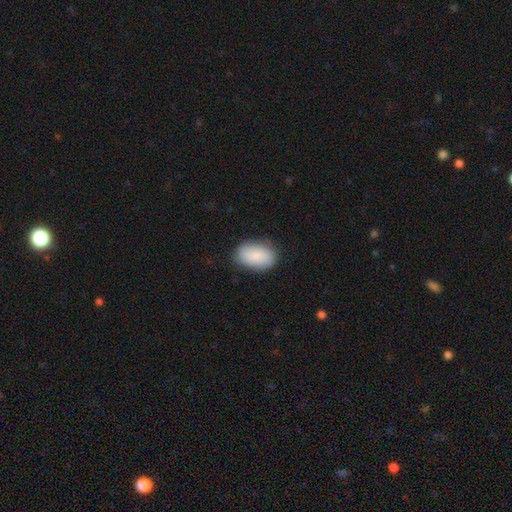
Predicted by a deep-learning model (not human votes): A smooth galaxy with no disk features (85%) that is in between round and cigar-shaped (91%).

Vote fractions:
- Smooth or featured? smooth: 85% / featured or disk: 8% / star or artifact: 6%
- How rounded? in between: 91% / round: 7% / cigar-shaped: 1%
- Merging? none: 82% / minor disturbance: 13% / major disturbance: 3% / merger: 1%